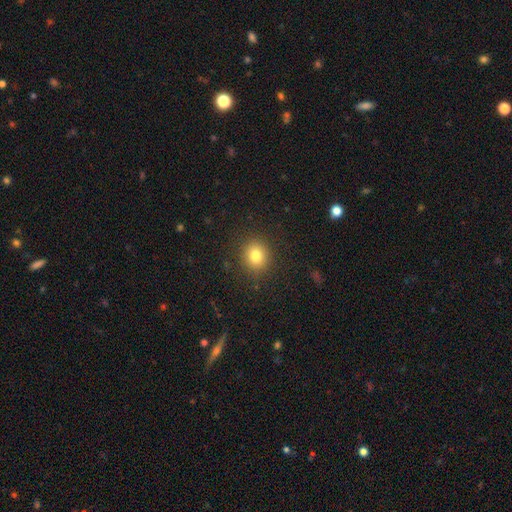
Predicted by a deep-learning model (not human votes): smooth-or-featured: smooth: 80% | star or artifact: 12% | featured or disk: 8%
  how-rounded: round: 79% | in between: 20% | cigar-shaped: 1%
  merging: none: 88% | minor disturbance: 8% | major disturbance: 3% | merger: 1%